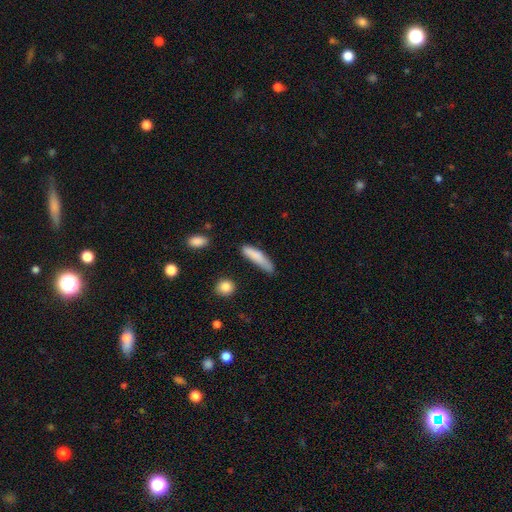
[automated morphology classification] type=smooth (81%); roundness=cigar-shaped (79%); merging=none (58%).